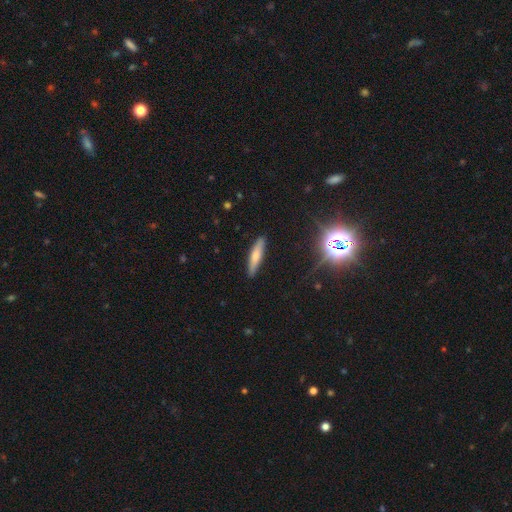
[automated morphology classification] Smooth or featured?
  - smooth: 67% *
  - featured or disk: 25%
  - star or artifact: 8%
How rounded?
  - cigar-shaped: 81% *
  - in between: 17%
  - round: 2%
Merging?
  - none: 88% *
  - minor disturbance: 9%
  - major disturbance: 2%
  - merger: 1%